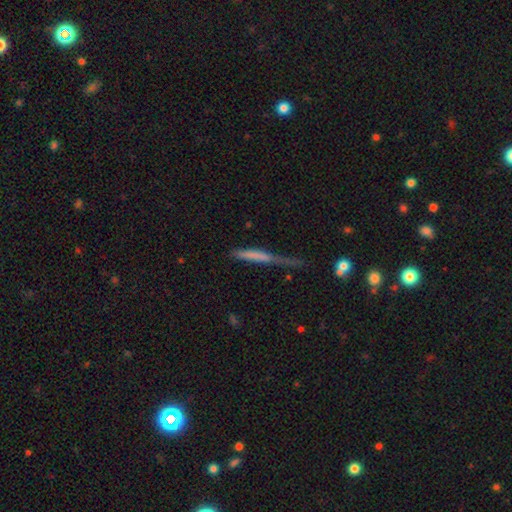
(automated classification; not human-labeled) Smooth or featured? smooth (60%)
How rounded? cigar-shaped (93%)
Merging? none (40%)